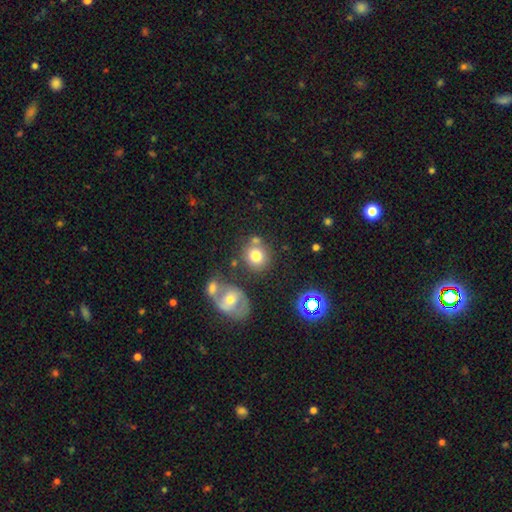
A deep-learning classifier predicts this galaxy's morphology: Smooth or featured: smooth — 75% (featured or disk — 15%)
How rounded: round — 82% (in between — 17%)
Merging: none — 61% (merger — 22%)